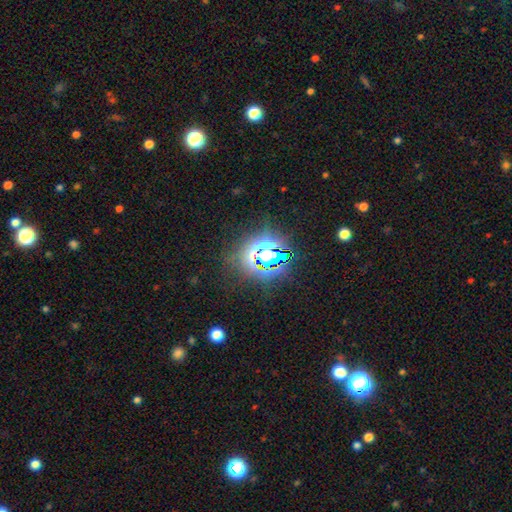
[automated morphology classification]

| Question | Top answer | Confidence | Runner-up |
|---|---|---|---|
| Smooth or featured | star or artifact | 67% | smooth (22%) |